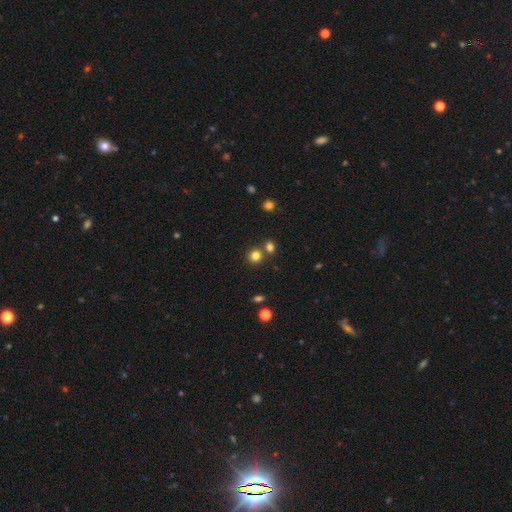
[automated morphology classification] This appears to be a smooth galaxy with no disk features (80%) that is round (88%). Merging: none (71%).